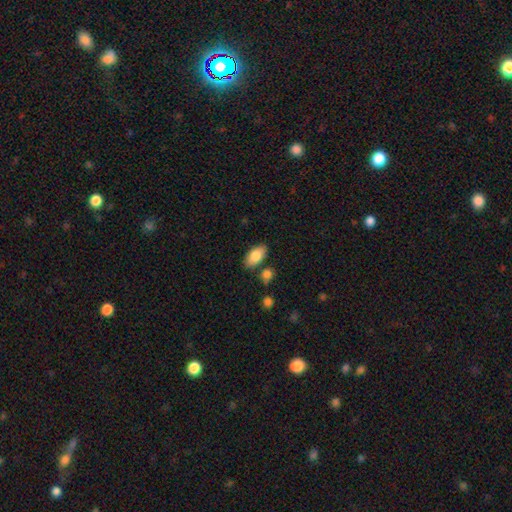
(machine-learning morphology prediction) Smooth or featured?
  - smooth: 84% *
  - featured or disk: 9%
  - star or artifact: 7%
How rounded?
  - in between: 93% *
  - round: 3%
  - cigar-shaped: 3%
Merging?
  - none: 79% *
  - minor disturbance: 12%
  - merger: 7%
  - major disturbance: 3%